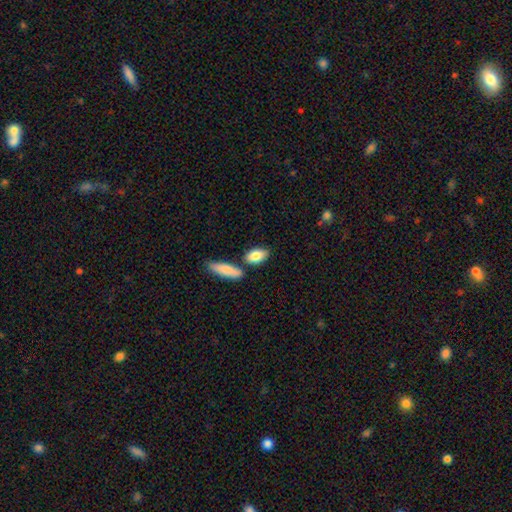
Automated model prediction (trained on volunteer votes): Overall: smooth (82%). How rounded: in between (86%). Merging: none (68%).